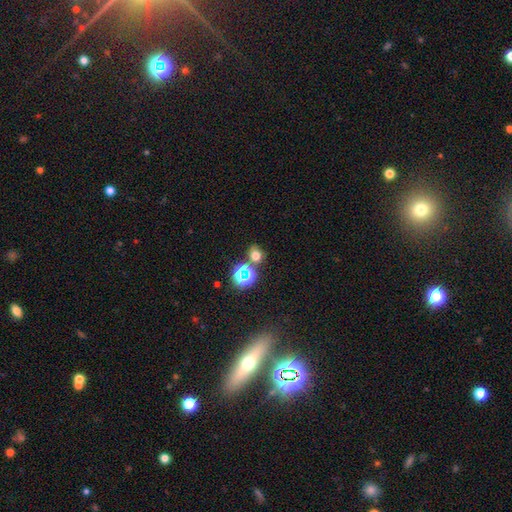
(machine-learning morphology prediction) smooth-or-featured: smooth: 64% | star or artifact: 28% | featured or disk: 9%
  how-rounded: round: 70% | in between: 29% | cigar-shaped: 1%
  merging: none: 67% | merger: 18% | minor disturbance: 11% | major disturbance: 5%